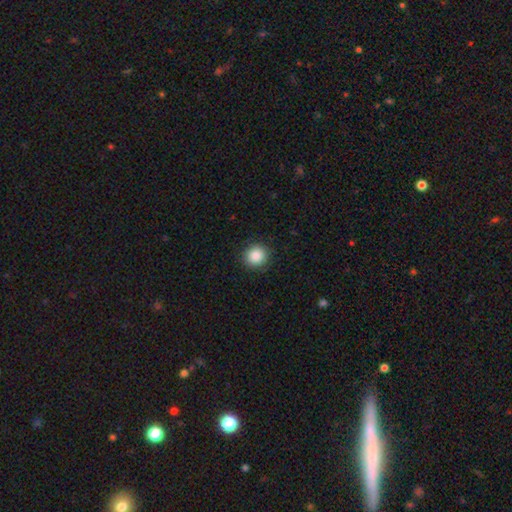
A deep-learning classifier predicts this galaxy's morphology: A smooth galaxy with no disk features (87%) that is round (91%). Merging: none (91%).